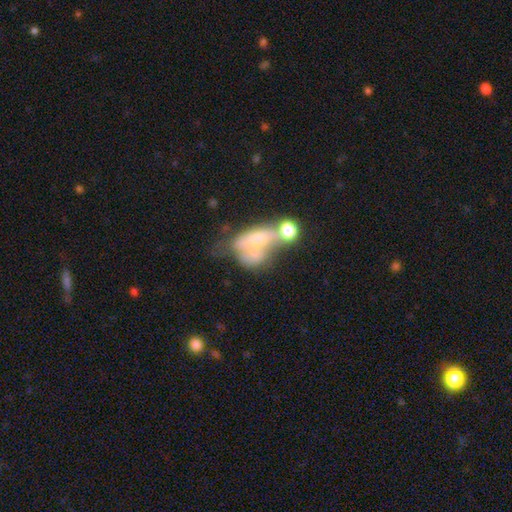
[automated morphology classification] A featured or disk galaxy (46%).

Vote fractions:
- Smooth or featured? featured or disk: 46% / smooth: 40% / star or artifact: 14%
- Merging? merger: 54% / major disturbance: 21% / none: 15% / minor disturbance: 10%